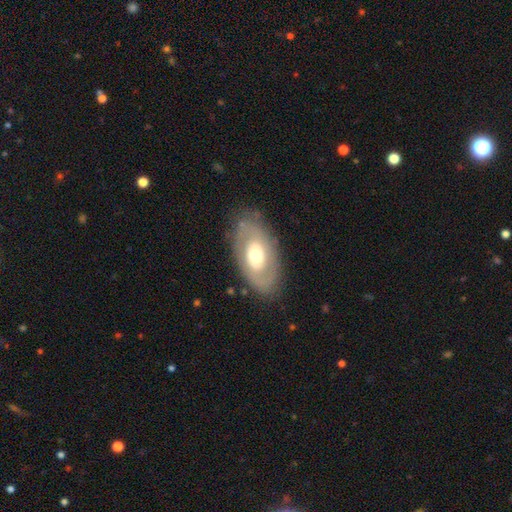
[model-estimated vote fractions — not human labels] Q: Smooth or featured?
A: featured or disk (55%); runner-up: smooth (39%)
Q: Edge-on disk?
A: no (89%); runner-up: yes (11%)
Q: Merging?
A: none (80%); runner-up: minor disturbance (13%)